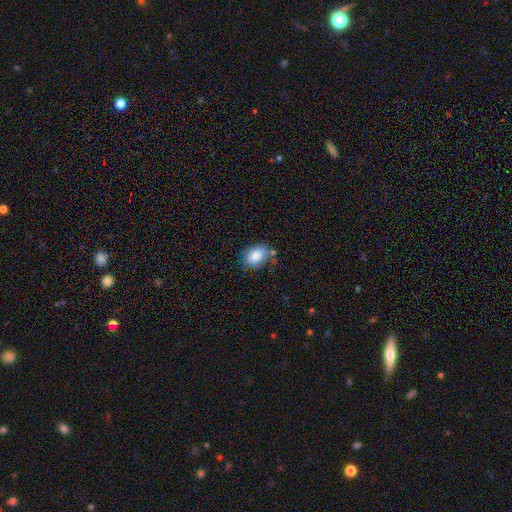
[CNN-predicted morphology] type=smooth (83%); roundness=in between (74%); merging=none (62%).